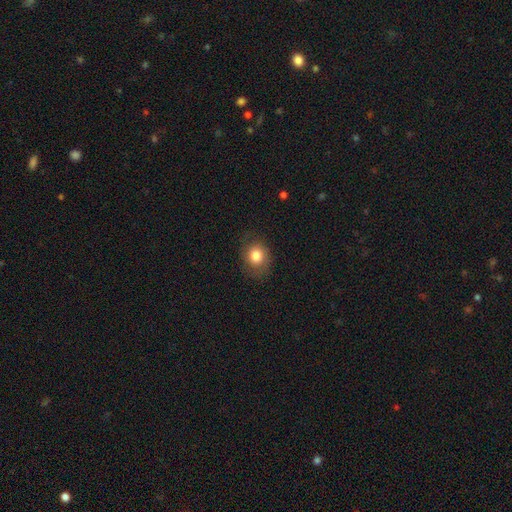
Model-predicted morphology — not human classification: smooth-or-featured: smooth: 79% | featured or disk: 12% | star or artifact: 9%
  how-rounded: round: 60% | in between: 39% | cigar-shaped: 1%
  merging: none: 77% | minor disturbance: 16% | major disturbance: 6% | merger: 1%